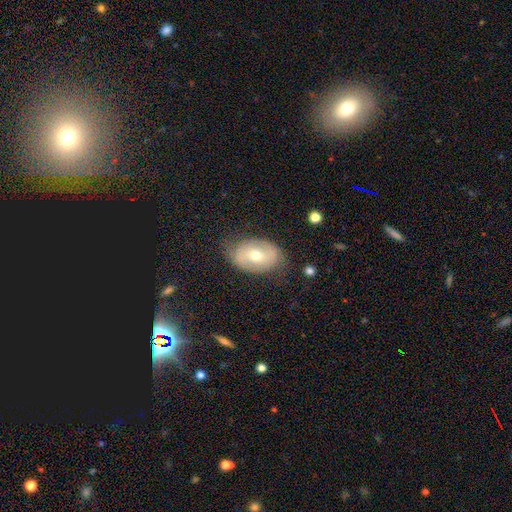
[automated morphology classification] A smooth galaxy with no disk features (48%).

Vote fractions:
- Smooth or featured? smooth: 48% / featured or disk: 44% / star or artifact: 7%
- Merging? none: 74% / minor disturbance: 19% / major disturbance: 6% / merger: 1%